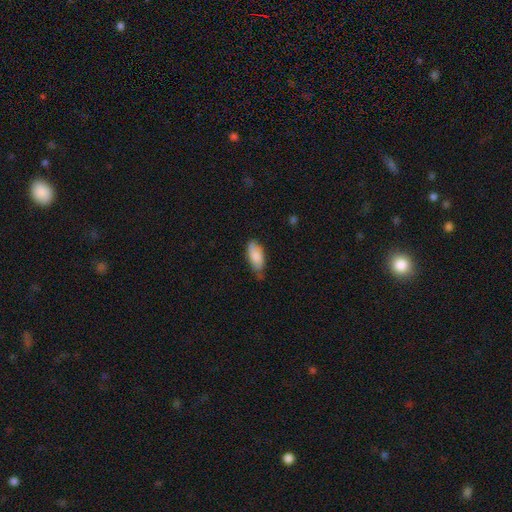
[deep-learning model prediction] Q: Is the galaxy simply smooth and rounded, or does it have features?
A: smooth — 84%.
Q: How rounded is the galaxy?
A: in between — 87%.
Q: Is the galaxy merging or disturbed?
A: none — 57%.